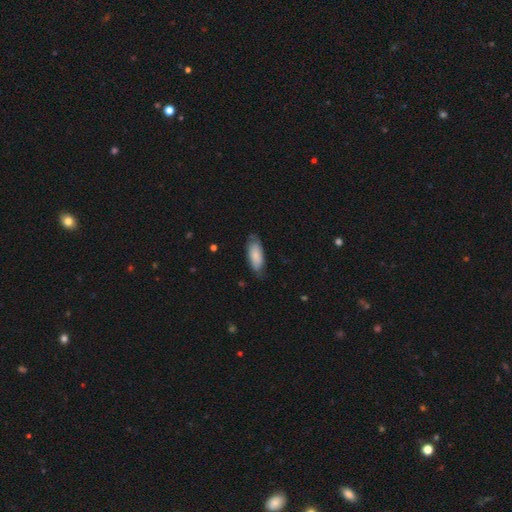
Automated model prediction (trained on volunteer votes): Q: Smooth or featured?
A: smooth (79%); runner-up: featured or disk (15%)
Q: How rounded?
A: in between (78%); runner-up: cigar-shaped (21%)
Q: Merging?
A: none (68%); runner-up: minor disturbance (26%)